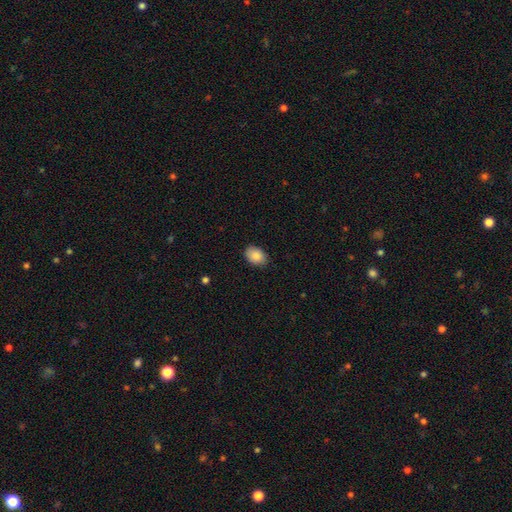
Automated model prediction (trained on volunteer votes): smooth_or_featured: smooth (p=0.87) [alt: star or artifact p=0.07]
how_rounded: in between (p=0.80) [alt: round p=0.19]
merging: none (p=0.86) [alt: minor disturbance p=0.11]